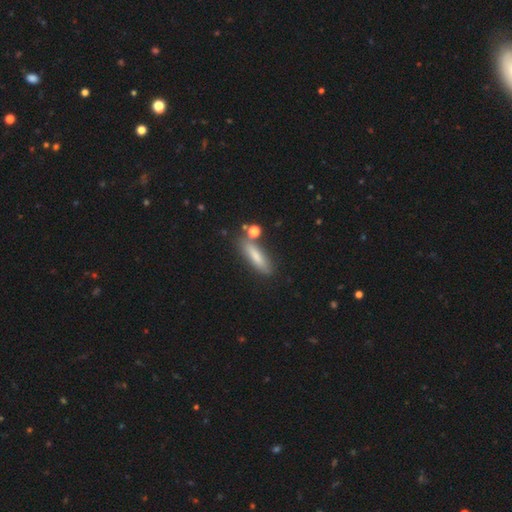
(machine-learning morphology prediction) Q: Smooth or featured?
A: smooth (74%); runner-up: featured or disk (18%)
Q: How rounded?
A: cigar-shaped (69%); runner-up: in between (28%)
Q: Merging?
A: none (72%); runner-up: minor disturbance (14%)